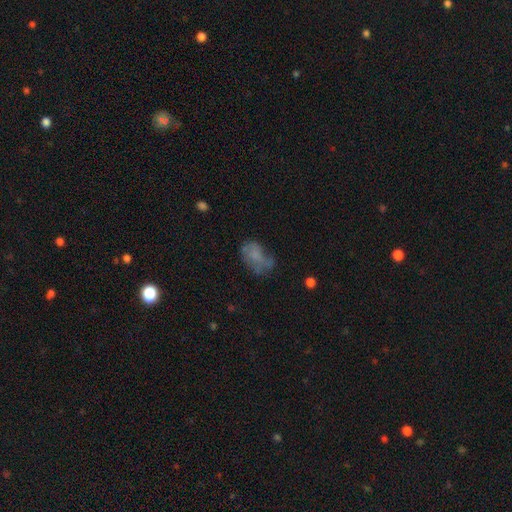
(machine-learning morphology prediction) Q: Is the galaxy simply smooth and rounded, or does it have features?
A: smooth — 55%.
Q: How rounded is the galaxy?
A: in between — 84%.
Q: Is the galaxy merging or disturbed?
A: none — 38%.